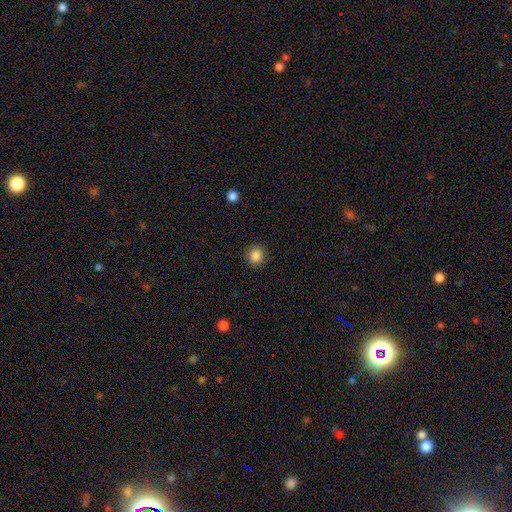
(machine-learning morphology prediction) Q: Smooth or featured?
A: smooth (86%); runner-up: star or artifact (10%)
Q: How rounded?
A: round (89%); runner-up: in between (10%)
Q: Merging?
A: none (88%); runner-up: minor disturbance (8%)